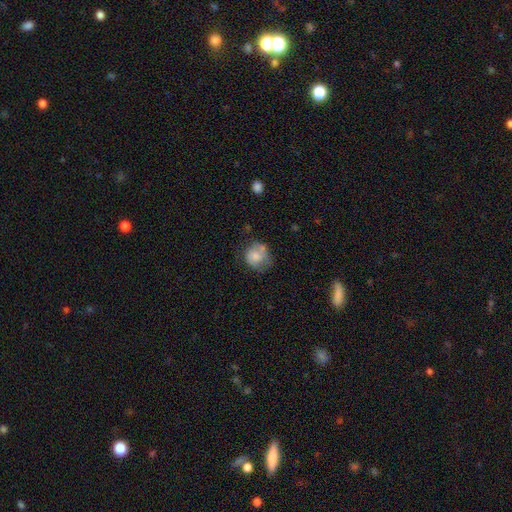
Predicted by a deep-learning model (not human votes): Smooth or featured? smooth (65%)
How rounded? round (75%)
Merging? none (50%)